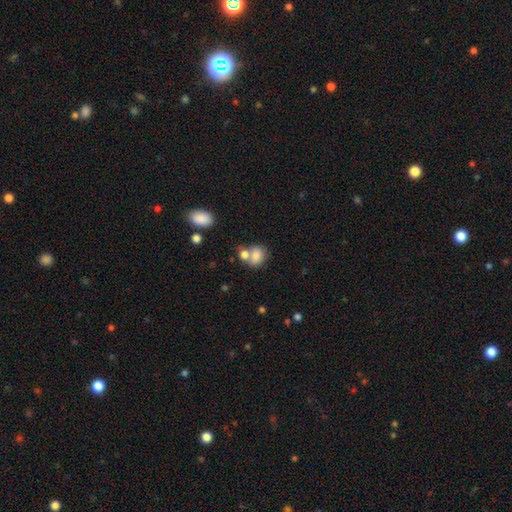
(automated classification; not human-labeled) This is likely a smooth galaxy (80%). How rounded: possibly in between (56%). Merging: marginally none (43%).